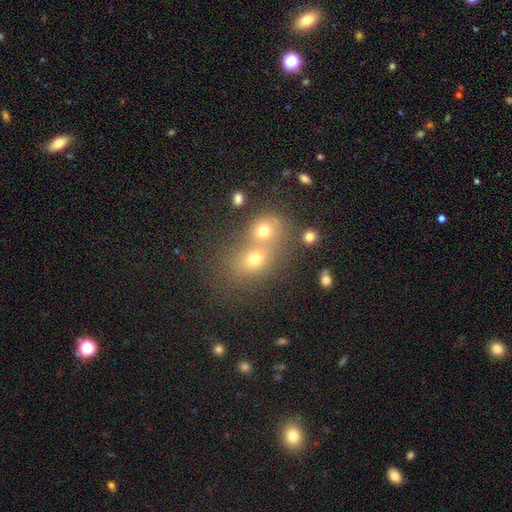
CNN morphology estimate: Smooth or featured? smooth (60%)
How rounded? round (60%)
Merging? merger (64%)